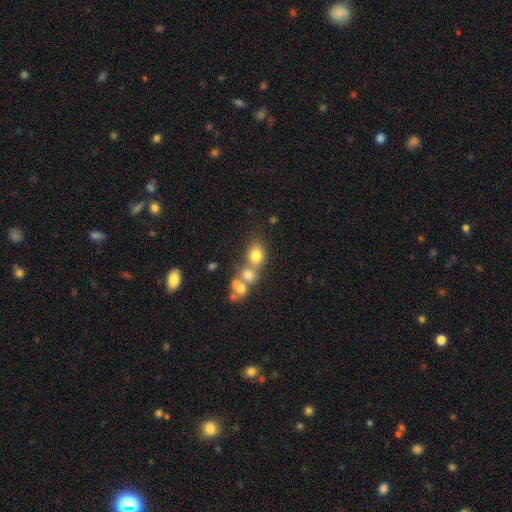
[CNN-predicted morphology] Smooth or featured? smooth (72%)
How rounded? round (57%)
Merging? merger (43%)